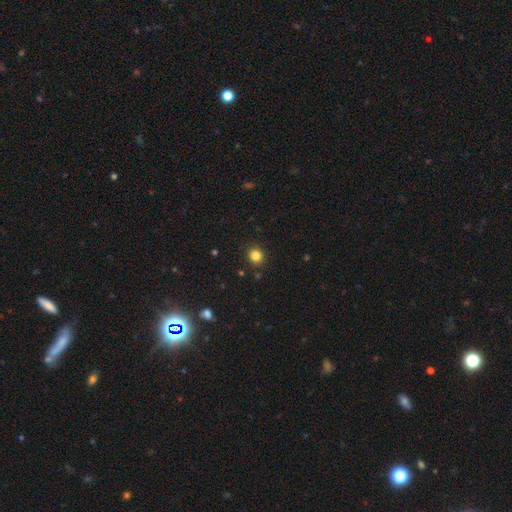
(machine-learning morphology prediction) smooth_or_featured: smooth (p=0.83) [alt: star or artifact p=0.12]
how_rounded: round (p=0.88) [alt: in between p=0.11]
merging: none (p=0.91) [alt: minor disturbance p=0.06]